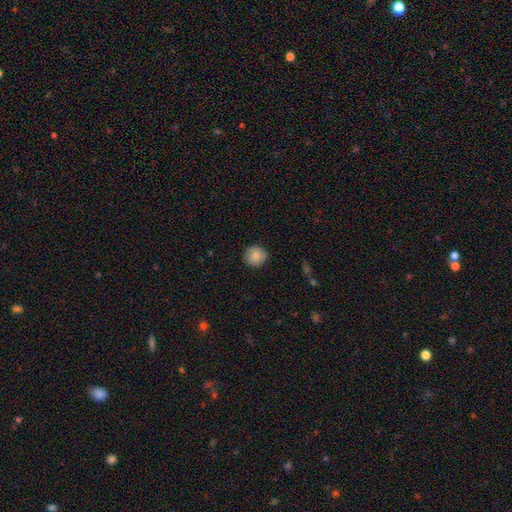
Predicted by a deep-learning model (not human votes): This appears to be a smooth galaxy with no disk features (85%) that is round (92%). Merging: none (89%).